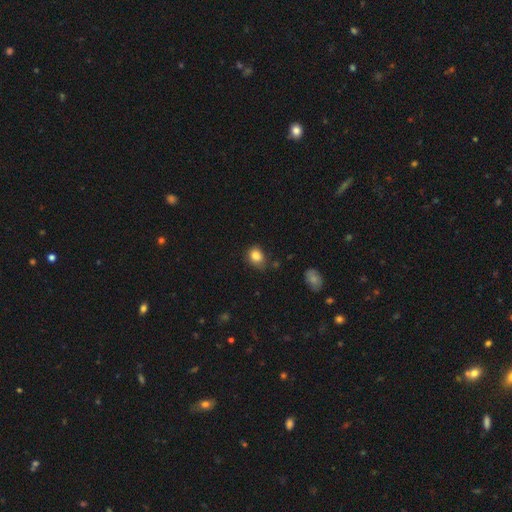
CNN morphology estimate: The model was most divided on "how rounded": round: 54%, in between: 45%, cigar-shaped: 1%. More confident: smooth or featured — smooth (84%); merging — none (68%).